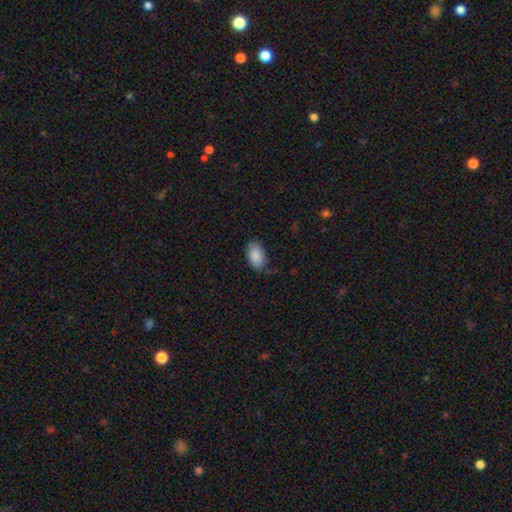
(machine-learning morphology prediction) type=smooth (88%); roundness=in between (92%); merging=none (79%).